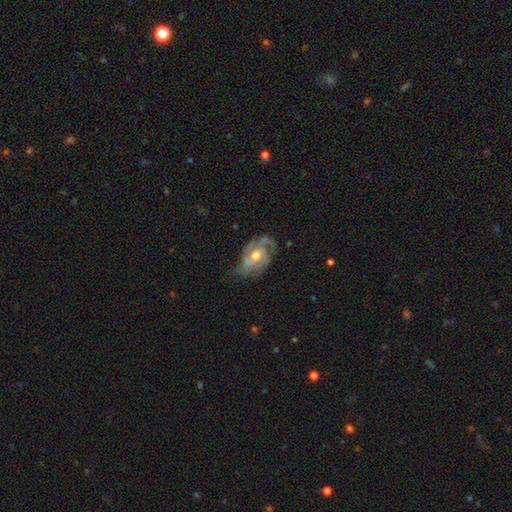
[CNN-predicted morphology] A featured or disk galaxy (84%) with no bar (64%), 3 (39%) medium (43%) spiral arms (93%) and a moderate central bulge (74%).

Vote fractions:
- Smooth or featured? featured or disk: 84% / smooth: 11% / star or artifact: 5%
- Edge-on disk? no: 96% / yes: 4%
- Bar? no: 64% / weak: 28% / strong: 7%
- Spiral arms? yes: 93% / no: 7%
- Spiral winding? medium: 43% / tight: 42% / loose: 14%
- Spiral arm count? 3: 39% / 2: 26% / can't tell: 18% / 4: 8% / 1: 5% / more than 4: 4%
- Bulge size? moderate: 74% / small: 17% / large: 6% / none: 1% / dominant: 1%
- Merging? none: 59% / minor disturbance: 26% / major disturbance: 14% / merger: 2%